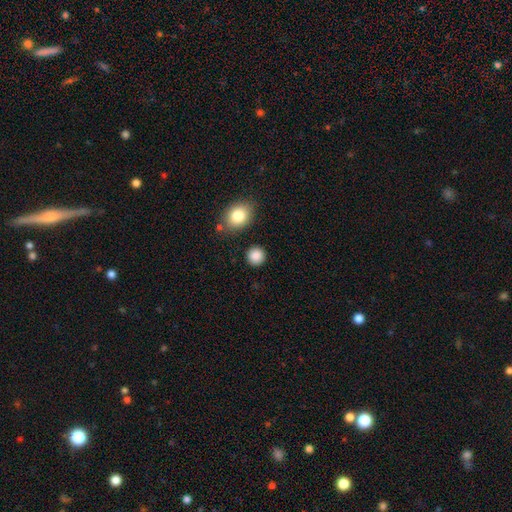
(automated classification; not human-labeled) Smooth or featured?
  - smooth: 87% *
  - star or artifact: 9%
  - featured or disk: 4%
How rounded?
  - round: 91% *
  - in between: 8%
  - cigar-shaped: 1%
Merging?
  - none: 88% *
  - minor disturbance: 7%
  - merger: 3%
  - major disturbance: 2%